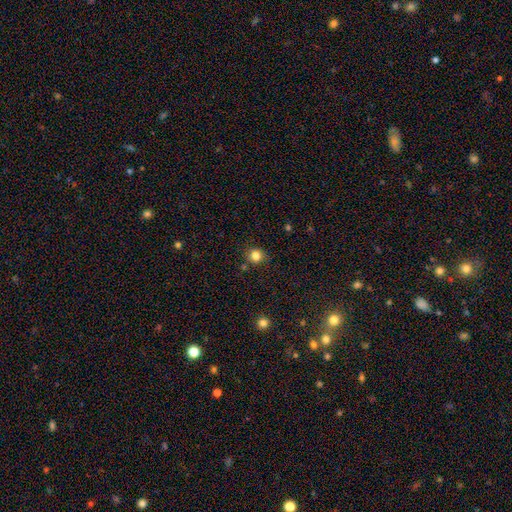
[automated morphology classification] Smooth or featured? Predicted: smooth (p=0.82). How rounded? Predicted: round (p=0.85). Merging? Predicted: none (p=0.82).